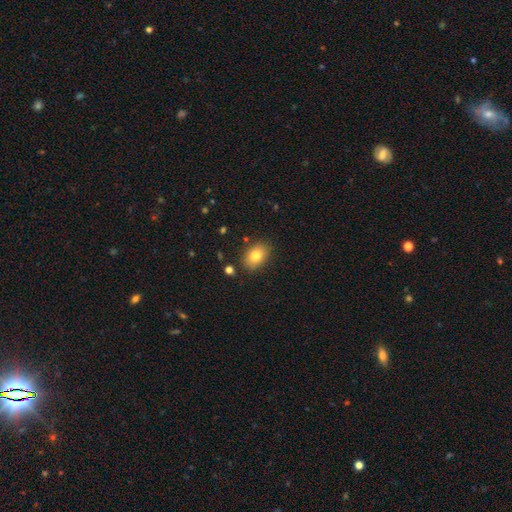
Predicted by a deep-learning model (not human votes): Overall: smooth (81%). How rounded: in between (81%). Merging: none (85%).